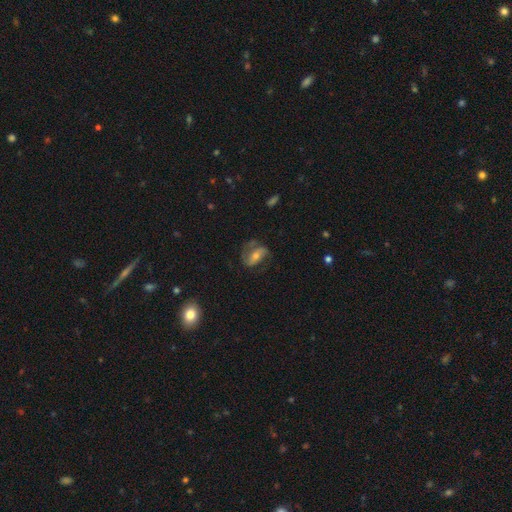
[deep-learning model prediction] Overall: featured or disk (64%; smooth 27%). Edge-on disk: no (93%). Bar: strong (35%; no 34%). Spiral arms: yes (80%). Bulge size: moderate (51%; small 42%). Merging: none (56%; minor disturbance 22%).